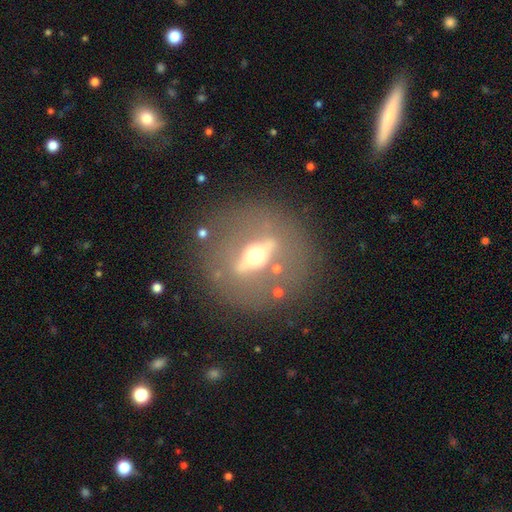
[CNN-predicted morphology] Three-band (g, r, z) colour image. It shows a featured or disk galaxy (72%) viewed edge-on (50%, tied with no). Merging: none (80%).